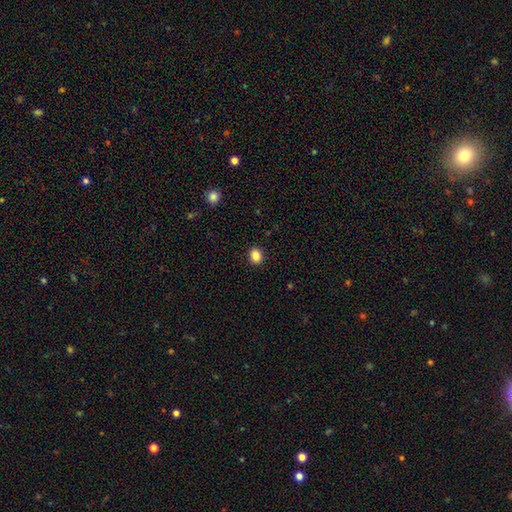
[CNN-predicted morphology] Smooth or featured? smooth (86%)
How rounded? round (53%)
Merging? none (91%)